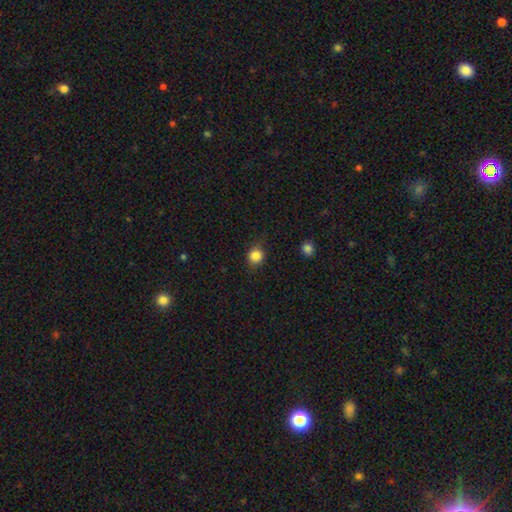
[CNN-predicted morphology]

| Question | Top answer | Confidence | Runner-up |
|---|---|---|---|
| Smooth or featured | smooth | 84% | star or artifact (11%) |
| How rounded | round | 78% | in between (21%) |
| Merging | none | 81% | minor disturbance (14%) |